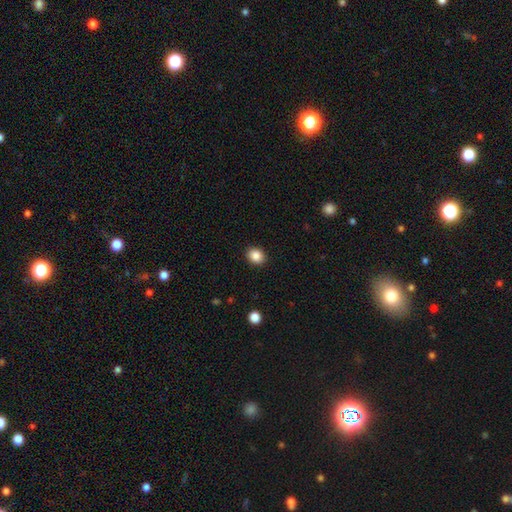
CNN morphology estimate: The model was most divided on "how rounded": round: 61%, in between: 39%, cigar-shaped: 1%. More confident: merging — none (91%); smooth or featured — smooth (87%).